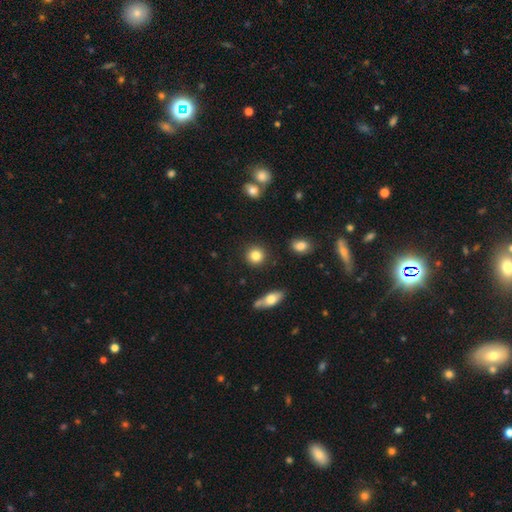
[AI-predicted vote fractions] A smooth galaxy with no disk features (84%) that is round (90%). Merging: none (88%).